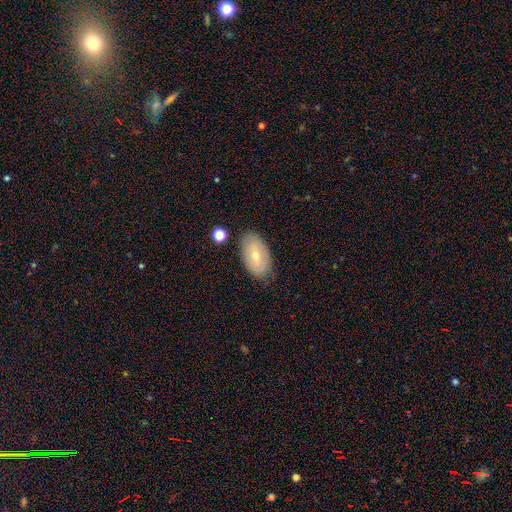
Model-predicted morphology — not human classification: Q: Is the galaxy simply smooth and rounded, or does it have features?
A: smooth — 58%.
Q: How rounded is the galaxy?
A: in between — 93%.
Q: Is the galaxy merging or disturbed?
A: none — 82%.